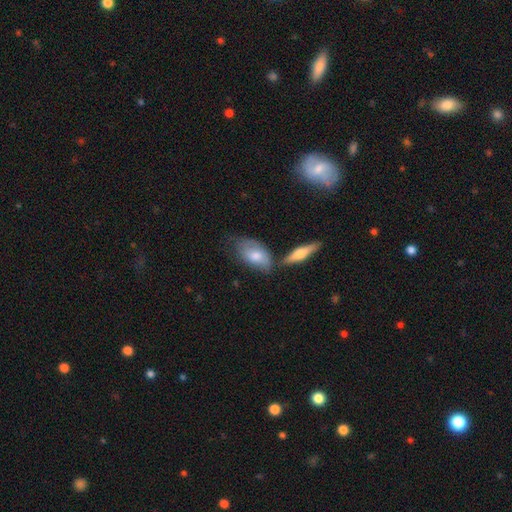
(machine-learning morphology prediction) Smooth or featured?
  - smooth: 69% *
  - featured or disk: 25%
  - star or artifact: 6%
How rounded?
  - in between: 89% *
  - cigar-shaped: 7%
  - round: 4%
Merging?
  - none: 46% *
  - minor disturbance: 25%
  - merger: 20%
  - major disturbance: 9%